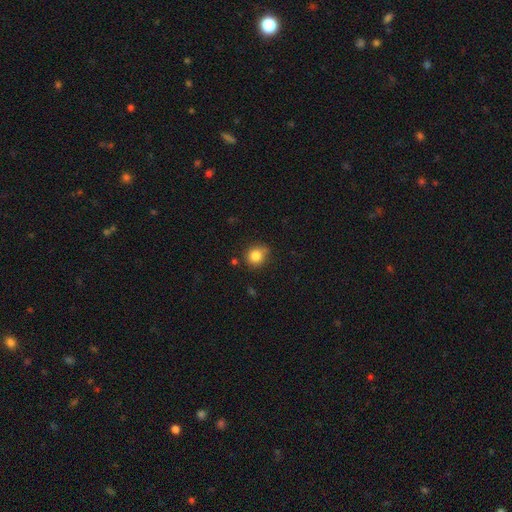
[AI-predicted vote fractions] smooth 84%, star or artifact 11%, featured or disk 6%. Down the decision tree: how rounded — round (84%); merging — none (75%).